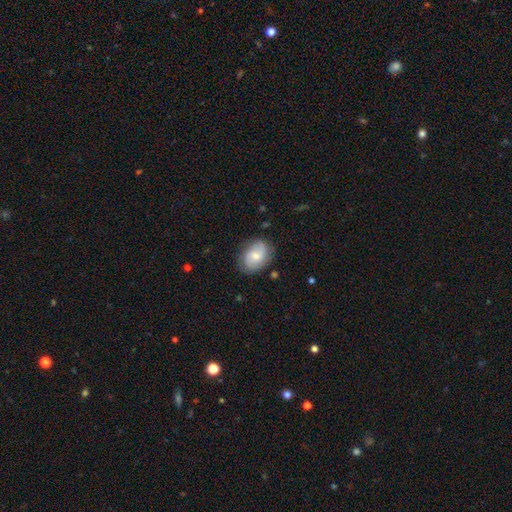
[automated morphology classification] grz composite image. It shows a smooth galaxy with no disk features (54%) that is in between round and cigar-shaped (74%). Merging: none (78%).